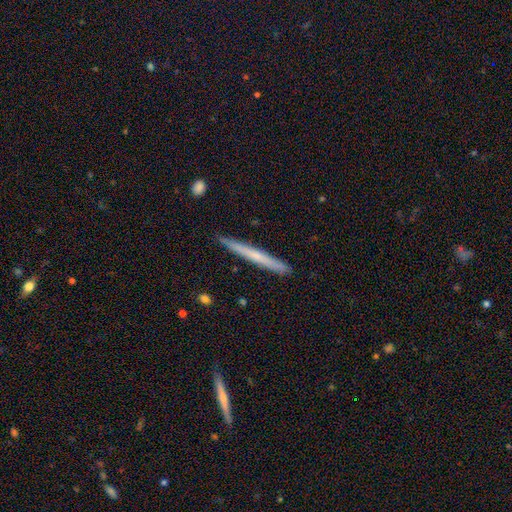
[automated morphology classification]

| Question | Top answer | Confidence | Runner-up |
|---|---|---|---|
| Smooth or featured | smooth | 49% | featured or disk (45%) |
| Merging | none | 90% | minor disturbance (8%) |